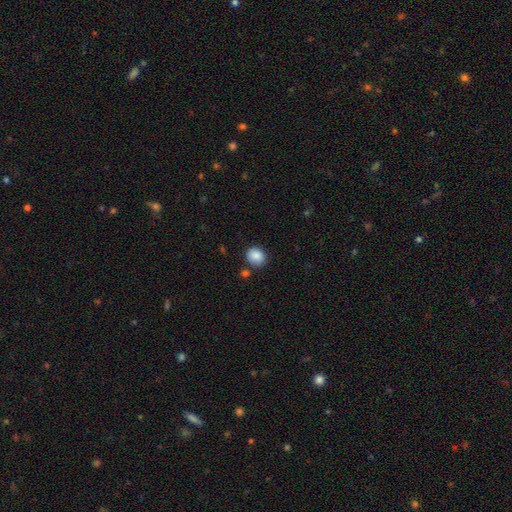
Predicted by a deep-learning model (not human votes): A smooth galaxy with no disk features (88%) that is round (75%). Merging: none (81%).